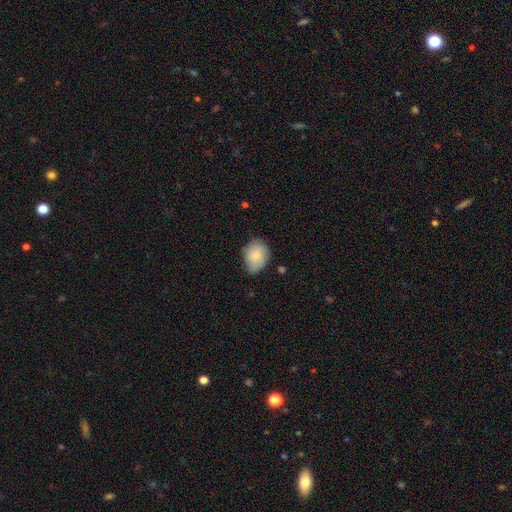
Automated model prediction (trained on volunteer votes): A smooth galaxy with no disk features (80%) that is in between round and cigar-shaped (65%). Merging: none (61%).